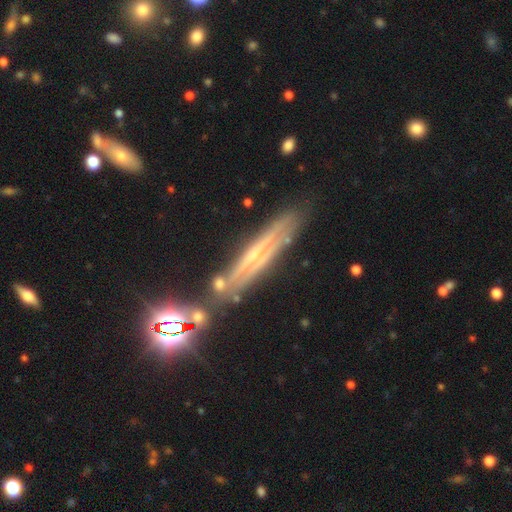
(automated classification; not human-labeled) featured or disk 65%, smooth 19%, star or artifact 16%. Down the decision tree: edge-on disk — yes (68%); merging — none (73%).